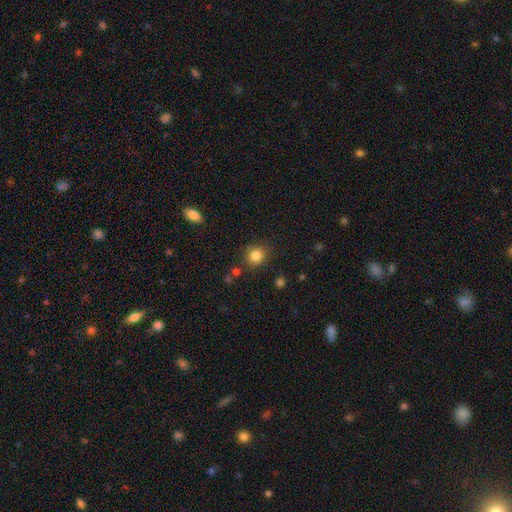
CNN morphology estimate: Smooth or featured: smooth — 84% (star or artifact — 11%)
How rounded: round — 80% (in between — 19%)
Merging: none — 82% (minor disturbance — 11%)